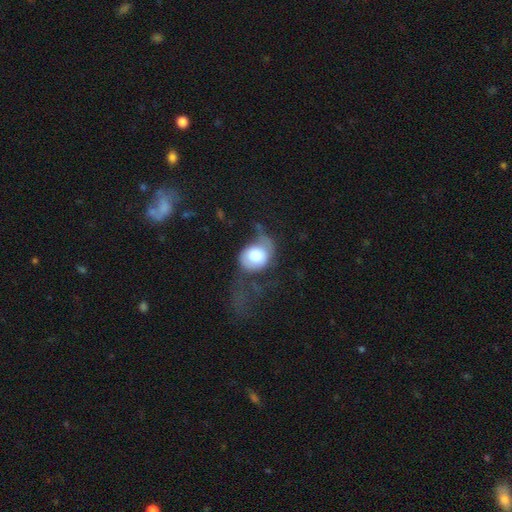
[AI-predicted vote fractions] Q: Smooth or featured?
A: smooth (63%); runner-up: featured or disk (30%)
Q: How rounded?
A: round (63%); runner-up: in between (36%)
Q: Merging?
A: major disturbance (50%); runner-up: minor disturbance (24%)